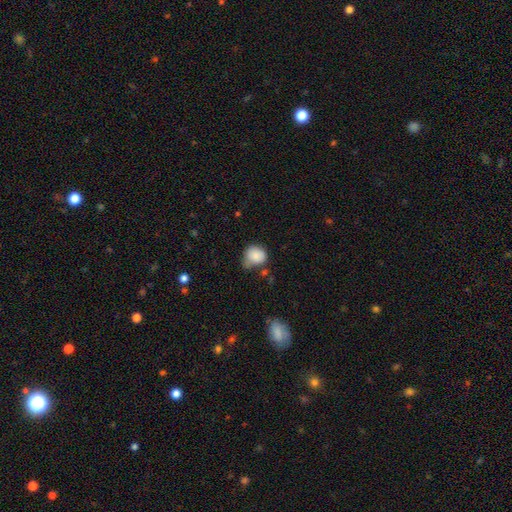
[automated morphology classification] A smooth galaxy with no disk features (85%) that is round (74%). Merging: none (47%).